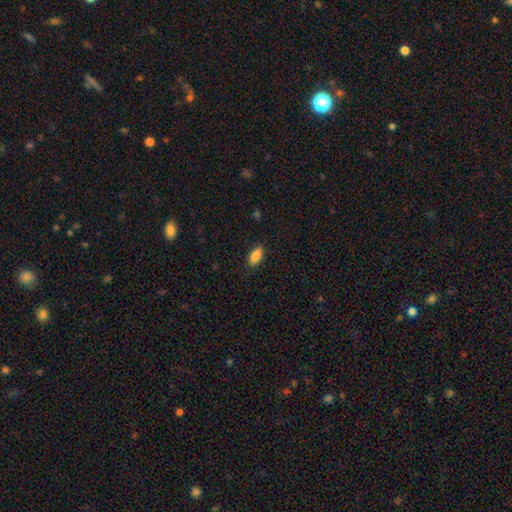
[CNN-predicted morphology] Smooth or featured? Predicted: smooth (p=0.87). How rounded? Predicted: in between (p=0.90). Merging? Predicted: none (p=0.86).